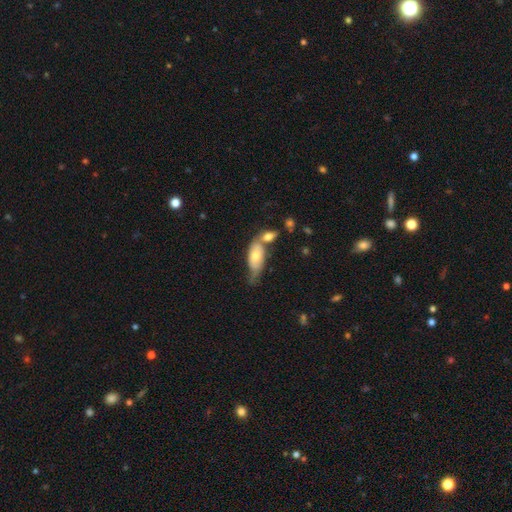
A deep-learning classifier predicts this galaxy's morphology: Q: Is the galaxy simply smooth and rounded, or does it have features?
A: smooth — 59%.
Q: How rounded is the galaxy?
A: in between — 86%.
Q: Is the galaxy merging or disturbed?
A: merger — 40%.